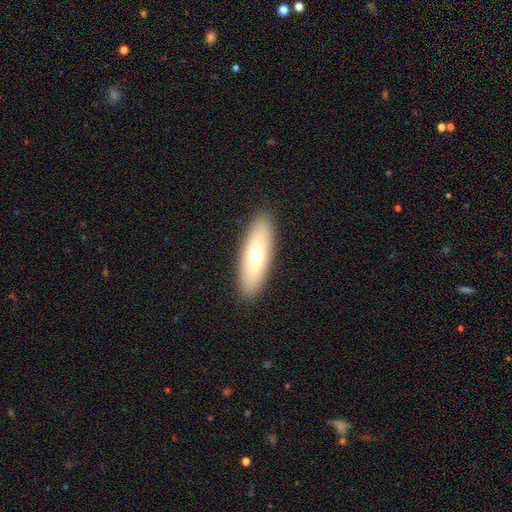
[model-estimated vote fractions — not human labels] Smooth or featured: smooth — 62% (featured or disk — 31%)
How rounded: in between — 60% (cigar-shaped — 37%)
Merging: none — 90% (minor disturbance — 7%)